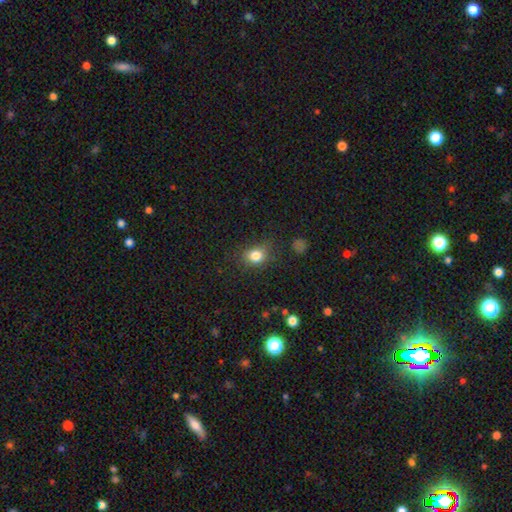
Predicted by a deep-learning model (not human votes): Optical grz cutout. It shows a smooth galaxy with no disk features (81%) that is round (58%). Merging: none (71%).